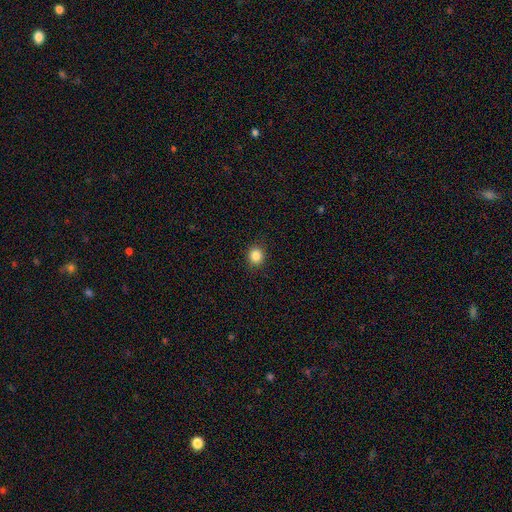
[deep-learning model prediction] Q: Smooth or featured?
A: smooth (85%); runner-up: star or artifact (11%)
Q: How rounded?
A: round (82%); runner-up: in between (17%)
Q: Merging?
A: none (91%); runner-up: minor disturbance (6%)